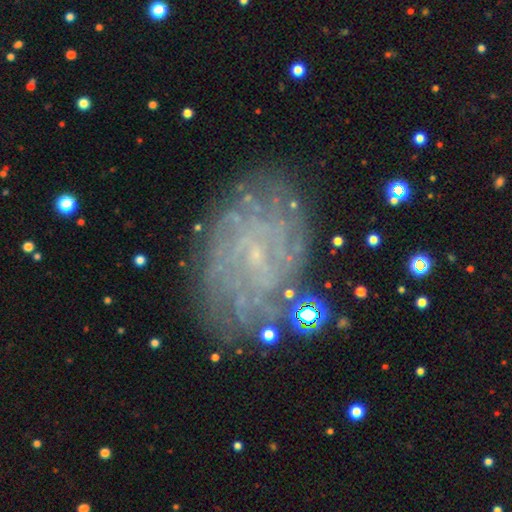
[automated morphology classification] A featured or disk galaxy (73%) with no bar (56%), tight (71%) spiral arms (85%) and a small central bulge (83%).

Vote fractions:
- Smooth or featured? featured or disk: 73% / smooth: 15% / star or artifact: 12%
- Edge-on disk? no: 96% / yes: 4%
- Bar? no: 56% / weak: 35% / strong: 9%
- Spiral arms? yes: 85% / no: 15%
- Spiral winding? tight: 71% / medium: 21% / loose: 9%
- Spiral arm count? can't tell: 50% / more than 4: 18% / 4: 10% / 2: 9% / 3: 8% / 1: 7%
- Bulge size? small: 83% / none: 9% / moderate: 6% / large: 1% / dominant: 1%
- Merging? none: 79% / minor disturbance: 14% / major disturbance: 6% / merger: 2%